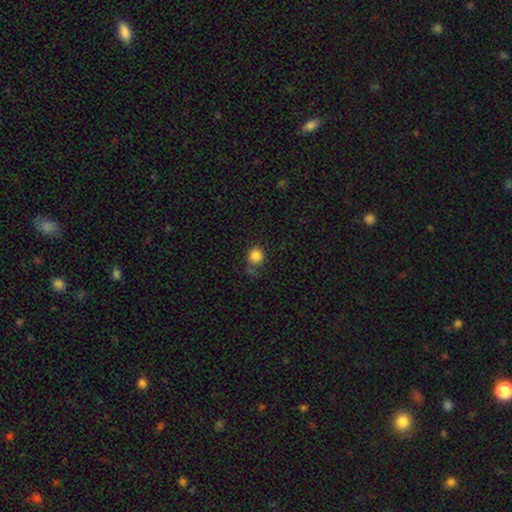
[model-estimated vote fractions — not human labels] This is clearly a smooth galaxy (84%). How rounded: clearly round (88%). Merging: likely none (66%).